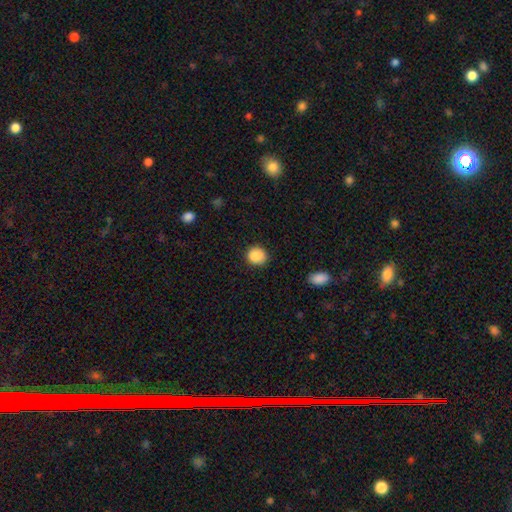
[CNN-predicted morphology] type=smooth (87%); roundness=round (85%); merging=none (80%).